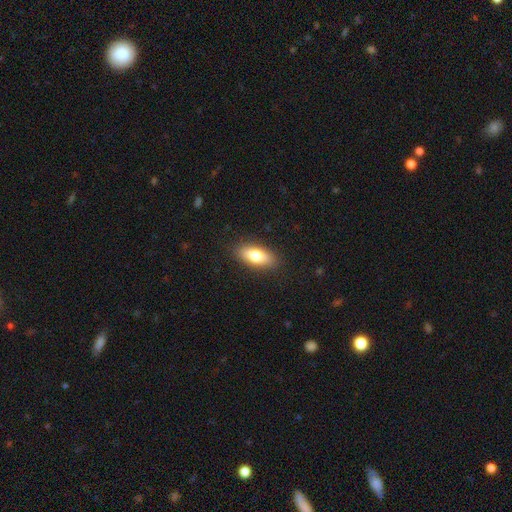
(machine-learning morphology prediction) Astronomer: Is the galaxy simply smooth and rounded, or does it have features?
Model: smooth — 77%.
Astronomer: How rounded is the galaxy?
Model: in between — 81%.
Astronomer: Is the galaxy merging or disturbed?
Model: none — 88%.